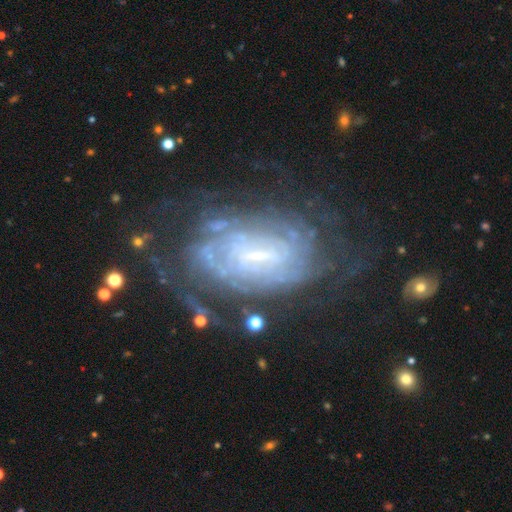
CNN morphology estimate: The model was most divided on "bar": weak: 49%, strong: 25%, no: 25%. More confident: edge-on disk — no (95%); spiral arms — yes (88%); smooth or featured — featured or disk (82%); spiral winding — tight (70%); bulge size — small (61%); merging — none (61%); spiral arm count — can't tell (59%).